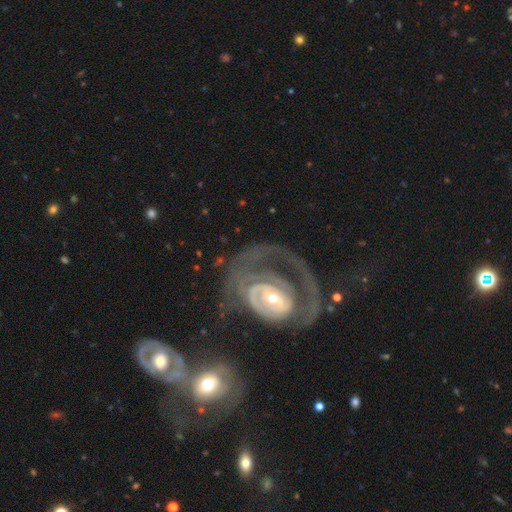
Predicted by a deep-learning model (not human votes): This appears to be a featured or disk galaxy (80%) with no bar (50%), tight (51%) spiral arms (68%) and a small central bulge (50%). Merging: major disturbance (37%).